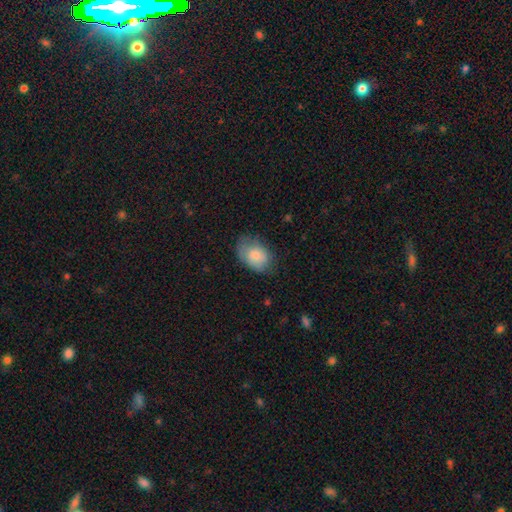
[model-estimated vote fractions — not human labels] Smooth or featured? Predicted: smooth (p=0.79). How rounded? Predicted: in between (p=0.83). Merging? Predicted: none (p=0.61).